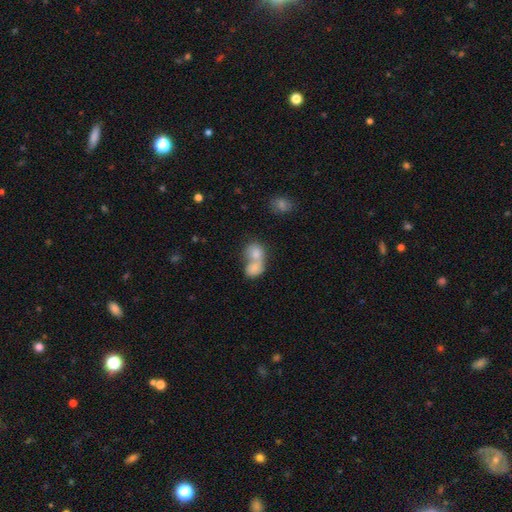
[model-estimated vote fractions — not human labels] Smooth or featured? smooth (77%)
How rounded? in between (57%)
Merging? merger (77%)